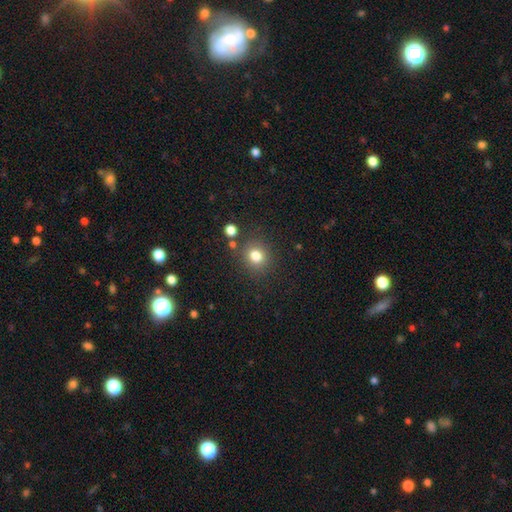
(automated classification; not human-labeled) Morphology: type=smooth (80%); roundness=round (84%); merging=none (82%).